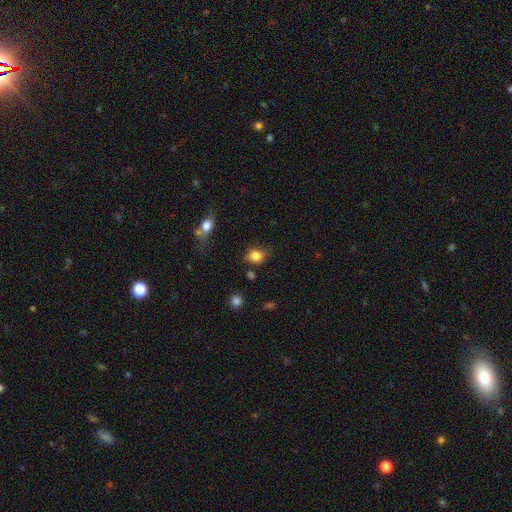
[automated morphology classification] Smooth or featured?
  - smooth: 83% *
  - star or artifact: 10%
  - featured or disk: 7%
How rounded?
  - round: 55% *
  - in between: 44%
  - cigar-shaped: 1%
Merging?
  - none: 75% *
  - minor disturbance: 17%
  - major disturbance: 4%
  - merger: 4%